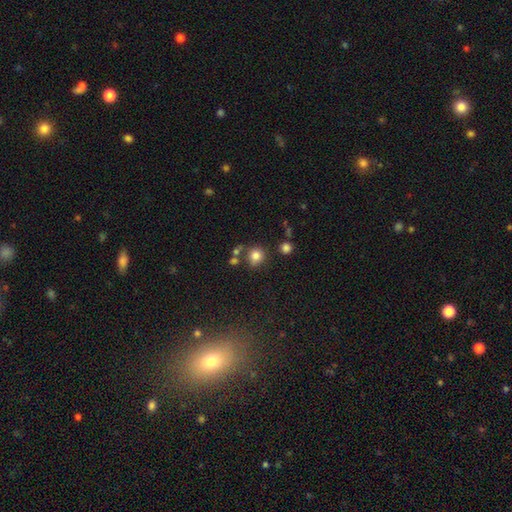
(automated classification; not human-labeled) smooth-or-featured: smooth: 81% | star or artifact: 12% | featured or disk: 7%
  how-rounded: round: 84% | in between: 15% | cigar-shaped: 1%
  merging: none: 71% | merger: 12% | minor disturbance: 12% | major disturbance: 5%